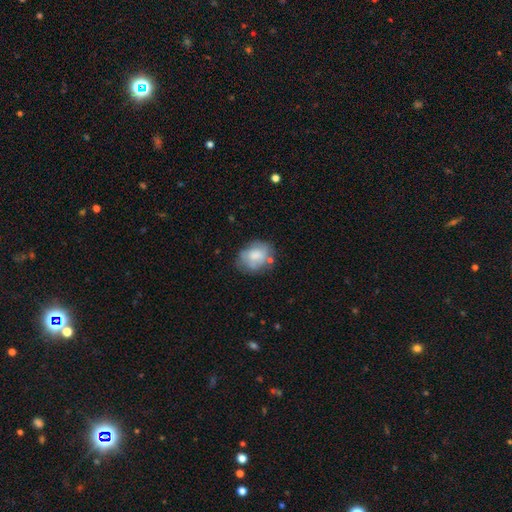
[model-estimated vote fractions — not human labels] A smooth galaxy with no disk features (69%) that is in between round and cigar-shaped (60%).

Vote fractions:
- Smooth or featured? smooth: 69% / featured or disk: 23% / star or artifact: 8%
- How rounded? in between: 60% / round: 39% / cigar-shaped: 1%
- Merging? none: 58% / minor disturbance: 26% / major disturbance: 10% / merger: 7%